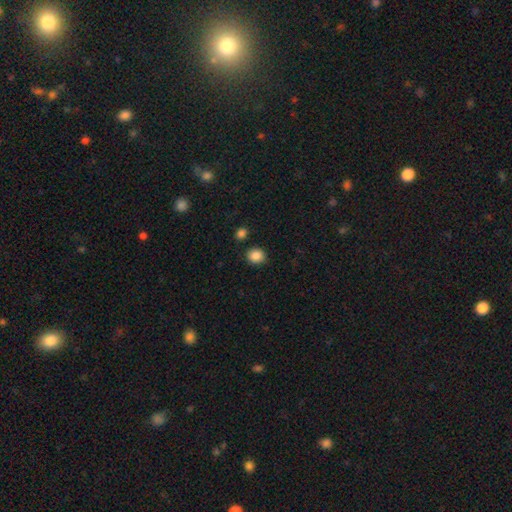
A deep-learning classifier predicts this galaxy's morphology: smooth-or-featured: smooth: 88% | star or artifact: 9% | featured or disk: 3%
  how-rounded: round: 74% | in between: 25% | cigar-shaped: 1%
  merging: none: 86% | minor disturbance: 8% | merger: 4% | major disturbance: 2%